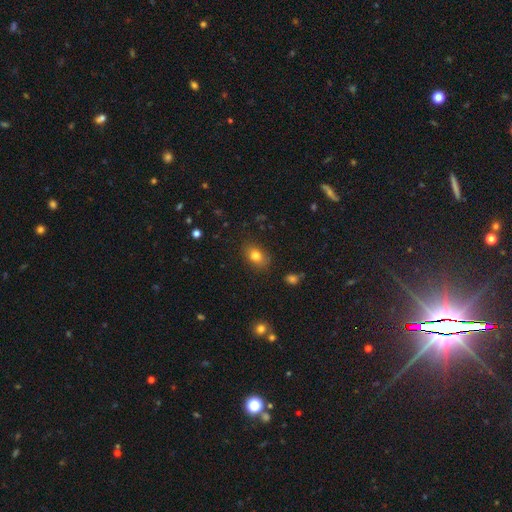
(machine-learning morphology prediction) The model was most divided on "how rounded": in between: 70%, round: 29%, cigar-shaped: 1%. More confident: smooth or featured — smooth (80%); merging — none (79%).